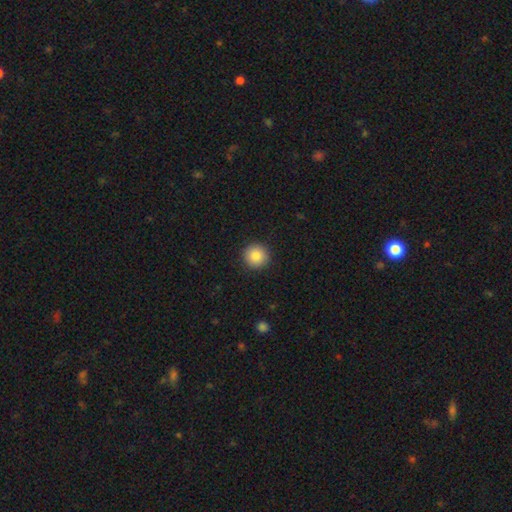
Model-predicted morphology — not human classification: smooth_or_featured: smooth (p=0.86) [alt: star or artifact p=0.08]
how_rounded: round (p=0.95) [alt: in between p=0.04]
merging: none (p=0.92) [alt: minor disturbance p=0.06]